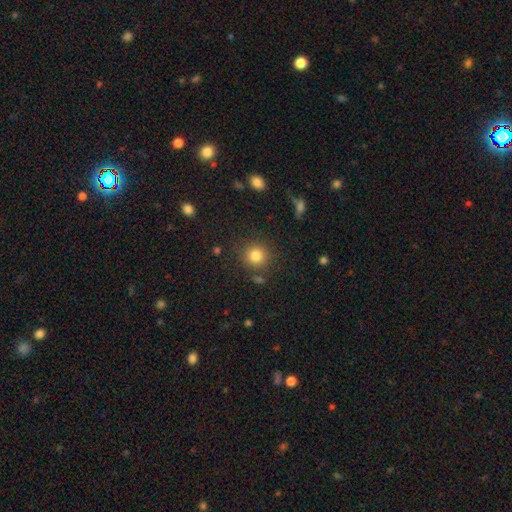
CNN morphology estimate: A smooth galaxy with no disk features (82%) that is round (92%).

Vote fractions:
- Smooth or featured? smooth: 82% / star or artifact: 12% / featured or disk: 6%
- How rounded? round: 92% / in between: 8% / cigar-shaped: 1%
- Merging? none: 85% / minor disturbance: 8% / merger: 4% / major disturbance: 3%